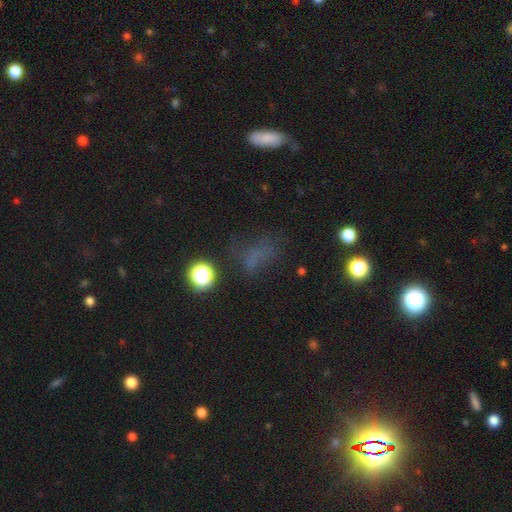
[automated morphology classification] Q: Smooth or featured?
A: smooth (51%); runner-up: star or artifact (34%)
Q: How rounded?
A: in between (60%); runner-up: round (28%)
Q: Merging?
A: none (54%); runner-up: minor disturbance (21%)